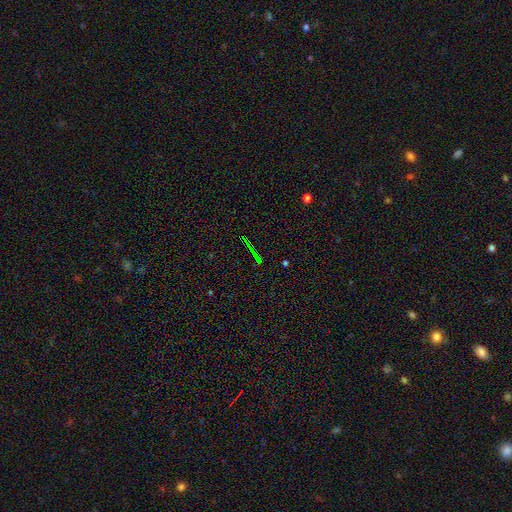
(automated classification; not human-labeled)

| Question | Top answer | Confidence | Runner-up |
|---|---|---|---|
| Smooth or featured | star or artifact | 69% | smooth (16%) |